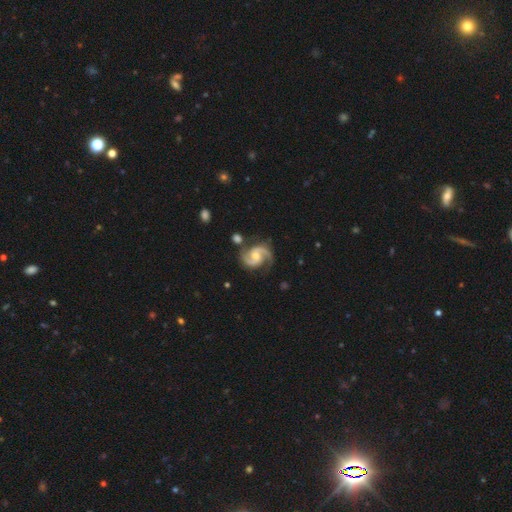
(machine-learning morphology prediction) This is clearly a featured or disk galaxy (93%). It is clearly not viewed edge-on (98%). Bar: possibly no (49%). Spiral arm pattern: clearly yes (99%). Spiral arm count: clearly 2 (94%). Spiral winding: likely medium (62%). Central bulge: possibly moderate (53%). Merging: likely none (75%).